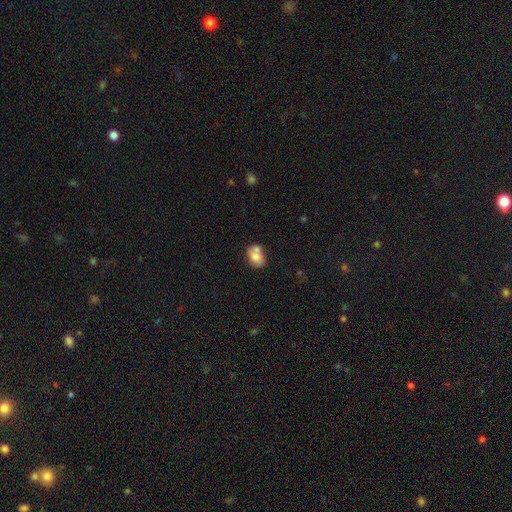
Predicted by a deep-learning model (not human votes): smooth-or-featured: smooth: 72% | featured or disk: 20% | star or artifact: 8%
  how-rounded: in between: 77% | round: 22% | cigar-shaped: 1%
  merging: none: 41% | merger: 39% | minor disturbance: 15% | major disturbance: 5%